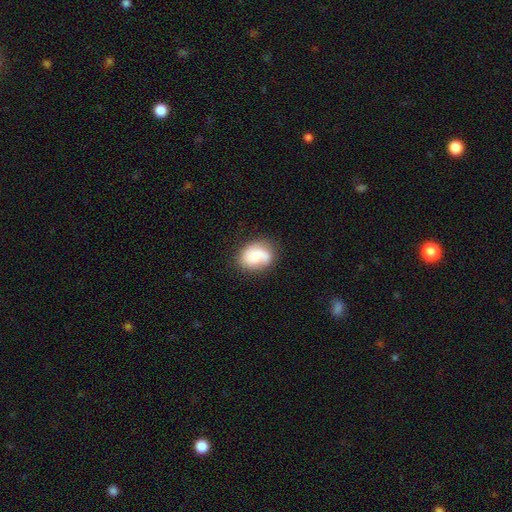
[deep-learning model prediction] A smooth galaxy with no disk features (62%) that is in between round and cigar-shaped (64%).

Vote fractions:
- Smooth or featured? smooth: 62% / featured or disk: 31% / star or artifact: 8%
- How rounded? in between: 64% / round: 35% / cigar-shaped: 1%
- Merging? none: 60% / minor disturbance: 23% / major disturbance: 10% / merger: 6%